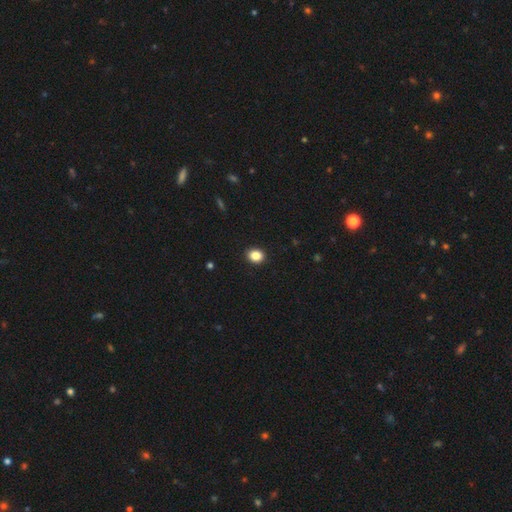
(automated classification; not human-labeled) This appears to be a smooth galaxy with no disk features (86%) that is round (54%). Merging: none (91%).